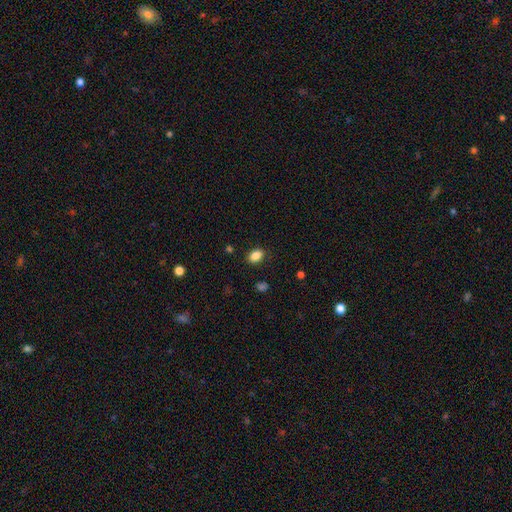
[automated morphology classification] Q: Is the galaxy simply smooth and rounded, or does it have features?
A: smooth — 87%.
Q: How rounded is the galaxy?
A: in between — 80%.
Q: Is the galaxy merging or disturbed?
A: none — 86%.